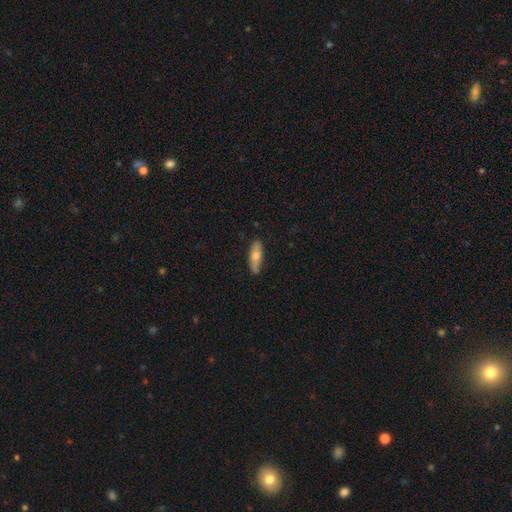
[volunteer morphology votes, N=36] Volunteers were most divided on "how rounded": cigar-shaped: 54%, in between: 42%, round: 4%. More confident: merging — none (83%); smooth or featured — smooth (67%).